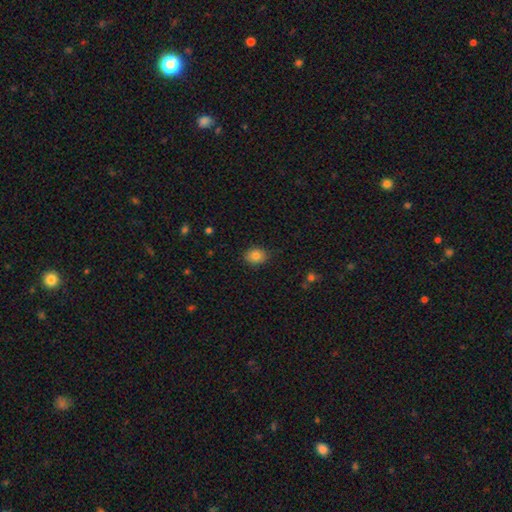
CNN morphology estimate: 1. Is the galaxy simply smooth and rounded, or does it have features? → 83% smooth, 10% star or artifact, 7% featured or disk.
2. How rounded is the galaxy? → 51% in between, 48% round, 1% cigar-shaped.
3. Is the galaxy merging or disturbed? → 87% none, 10% minor disturbance, 2% major disturbance, 1% merger.